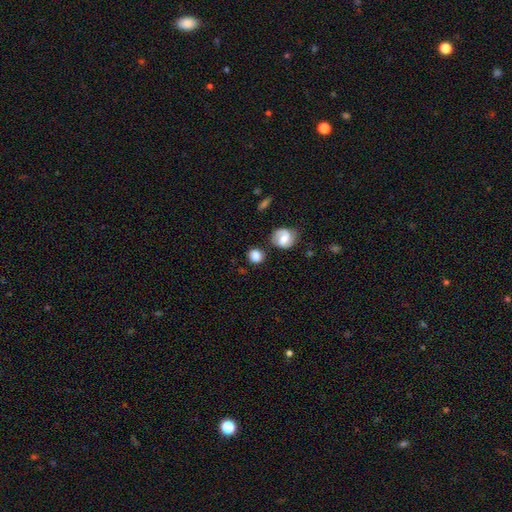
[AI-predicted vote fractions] Smooth or featured?
  - smooth: 78% *
  - featured or disk: 14%
  - star or artifact: 8%
How rounded?
  - round: 79% *
  - in between: 20%
  - cigar-shaped: 1%
Merging?
  - none: 73% *
  - minor disturbance: 14%
  - merger: 7%
  - major disturbance: 5%